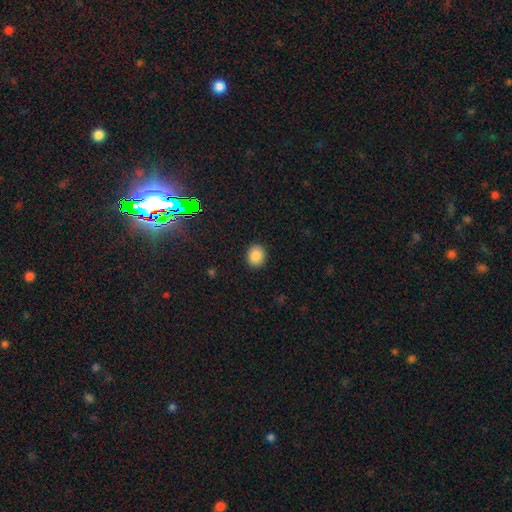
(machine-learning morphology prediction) Q: Smooth or featured?
A: smooth (86%); runner-up: star or artifact (10%)
Q: How rounded?
A: round (68%); runner-up: in between (31%)
Q: Merging?
A: none (91%); runner-up: minor disturbance (6%)